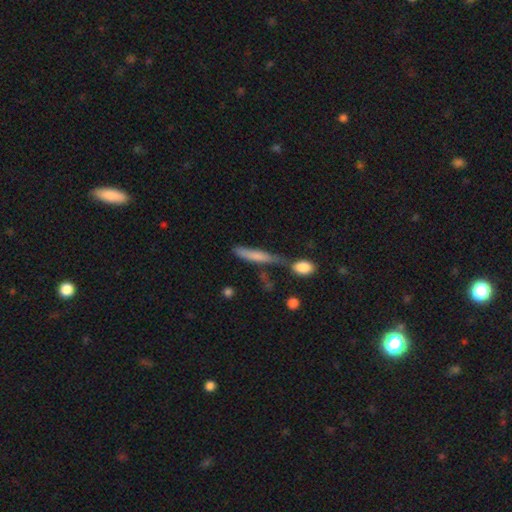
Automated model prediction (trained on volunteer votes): A smooth galaxy with no disk features (70%) that is cigar-shaped (82%). Merging: none (44%).